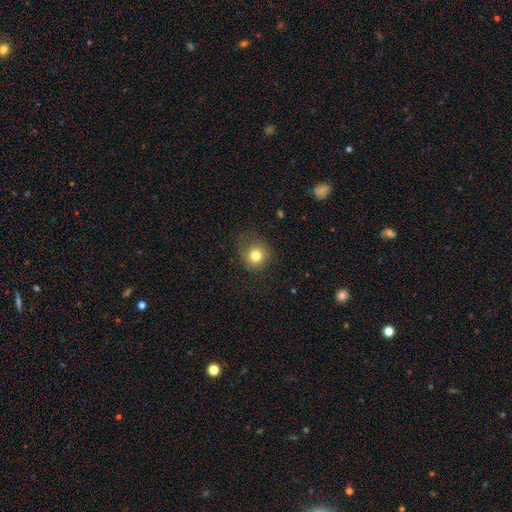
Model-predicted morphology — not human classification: smooth_or_featured: smooth (p=0.78) [alt: star or artifact p=0.12]
how_rounded: round (p=0.85) [alt: in between p=0.14]
merging: none (p=0.67) [alt: minor disturbance p=0.21]